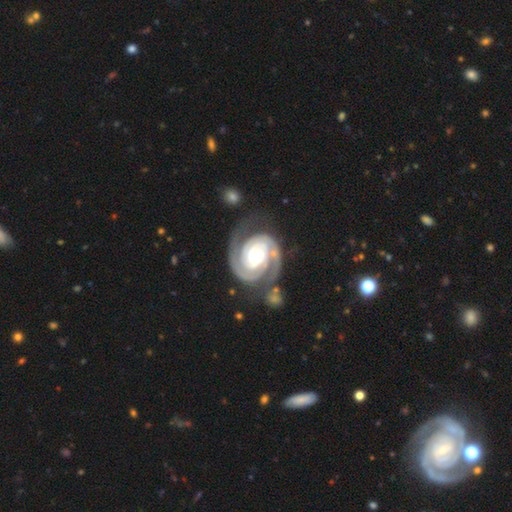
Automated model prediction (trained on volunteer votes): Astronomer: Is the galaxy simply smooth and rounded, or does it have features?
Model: featured or disk — 92%.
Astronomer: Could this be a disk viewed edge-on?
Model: no — 98%.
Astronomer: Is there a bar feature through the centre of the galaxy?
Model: no — 59%.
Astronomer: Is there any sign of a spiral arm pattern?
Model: yes — 99%.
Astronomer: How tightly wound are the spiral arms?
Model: tight — 74%.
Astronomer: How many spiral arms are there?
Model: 2 — 90%.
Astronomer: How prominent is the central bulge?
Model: moderate — 49% (runner-up: small, 26%).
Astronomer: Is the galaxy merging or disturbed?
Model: none — 63%.